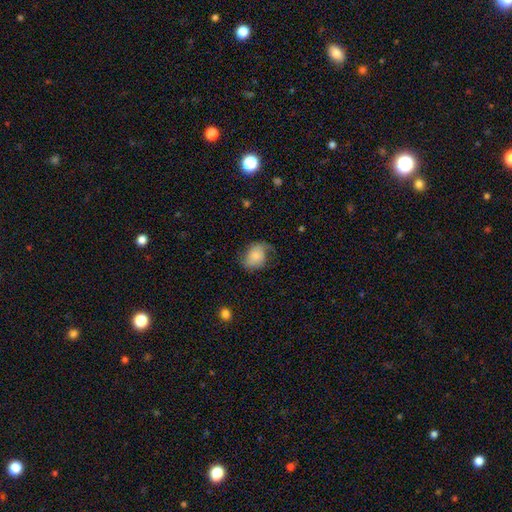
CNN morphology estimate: Smooth or featured? smooth (65%)
How rounded? in between (64%)
Merging? none (50%)